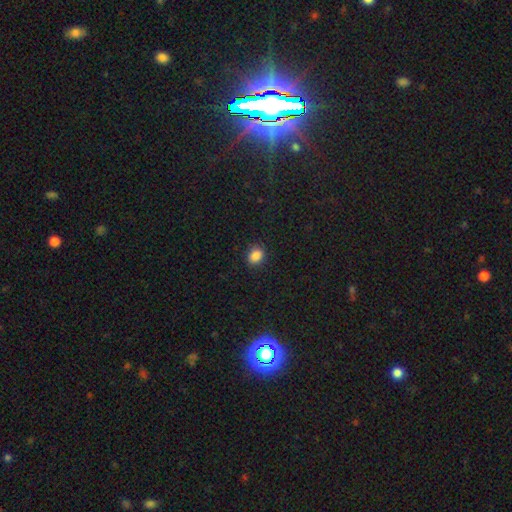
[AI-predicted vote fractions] Overall: smooth (87%). How rounded: in between (54%; round 45%). Merging: none (87%).